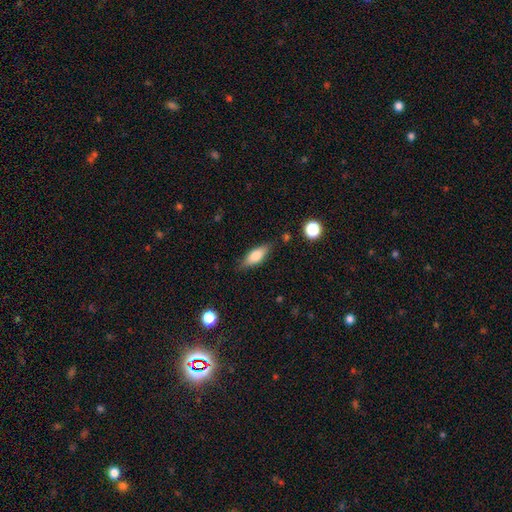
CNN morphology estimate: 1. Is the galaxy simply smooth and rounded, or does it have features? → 70% smooth, 23% featured or disk, 7% star or artifact.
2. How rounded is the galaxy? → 66% in between, 31% cigar-shaped, 3% round.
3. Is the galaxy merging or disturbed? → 81% none, 14% minor disturbance, 3% major disturbance, 2% merger.